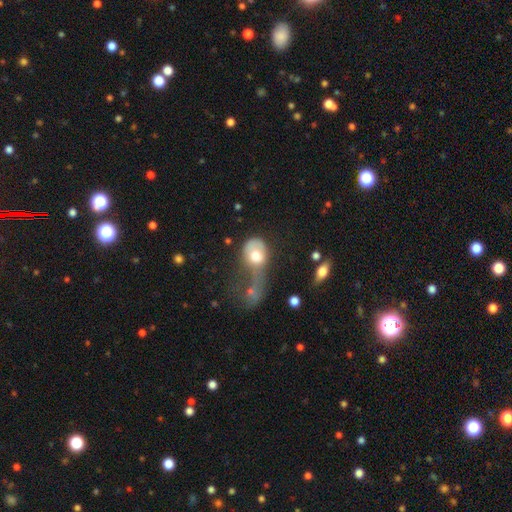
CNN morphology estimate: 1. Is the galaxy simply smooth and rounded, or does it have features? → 66% smooth, 25% featured or disk, 8% star or artifact.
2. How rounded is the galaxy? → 54% in between, 44% round, 2% cigar-shaped.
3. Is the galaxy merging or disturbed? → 42% major disturbance, 33% merger, 13% none, 12% minor disturbance.